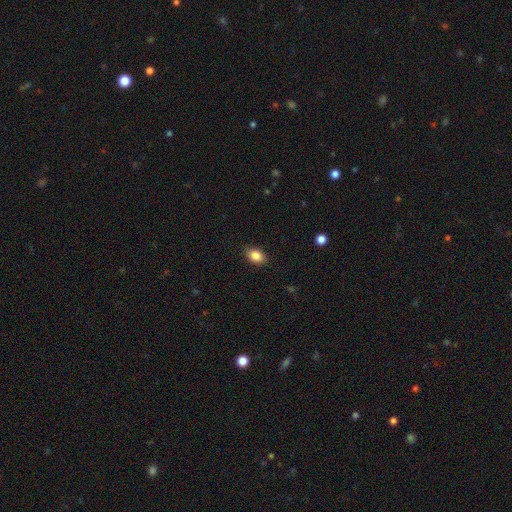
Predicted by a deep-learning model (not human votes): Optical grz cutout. It shows a smooth galaxy with no disk features (86%) that is in between round and cigar-shaped (80%). Merging: none (85%).